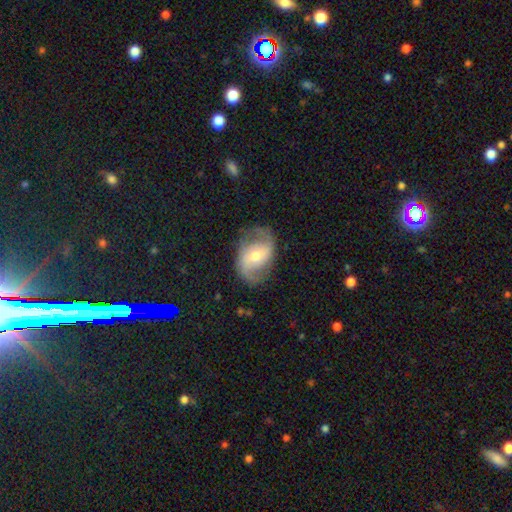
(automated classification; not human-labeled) This is likely a featured or disk galaxy (79%). It is clearly not viewed edge-on (97%). Bar: marginally weak (44%). Spiral arm pattern: clearly yes (91%). Spiral arm count: clearly 2 (89%). Spiral winding: possibly medium (46%). Central bulge: possibly moderate (60%). Merging: likely none (73%).